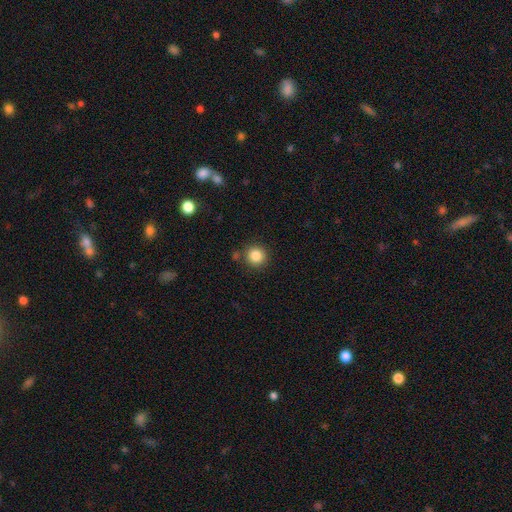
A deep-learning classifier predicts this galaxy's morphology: Q: Smooth or featured?
A: smooth (85%); runner-up: star or artifact (10%)
Q: How rounded?
A: round (93%); runner-up: in between (6%)
Q: Merging?
A: none (85%); runner-up: minor disturbance (8%)